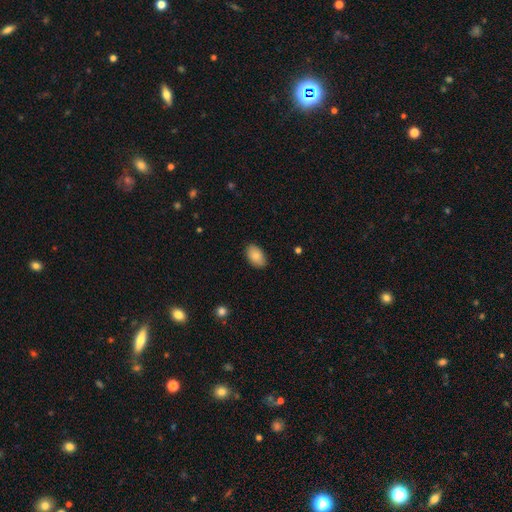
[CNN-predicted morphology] Overall: smooth (86%). How rounded: in between (92%). Merging: none (84%).